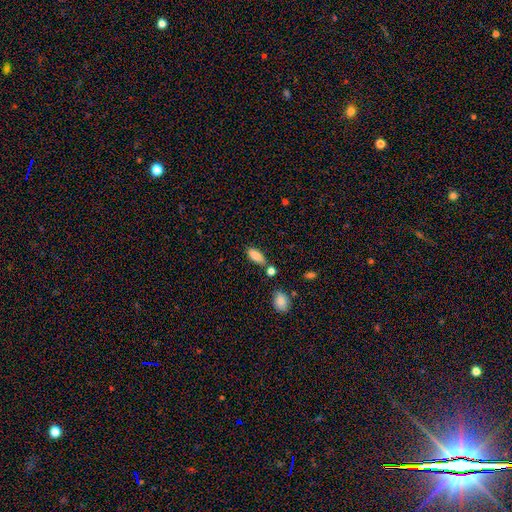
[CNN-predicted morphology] Overall: smooth (85%). How rounded: in between (83%). Merging: none (66%).